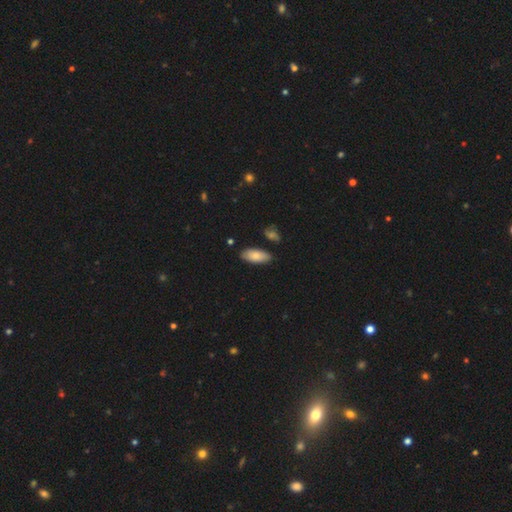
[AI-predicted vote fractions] Smooth or featured? smooth (82%)
How rounded? in between (86%)
Merging? none (84%)